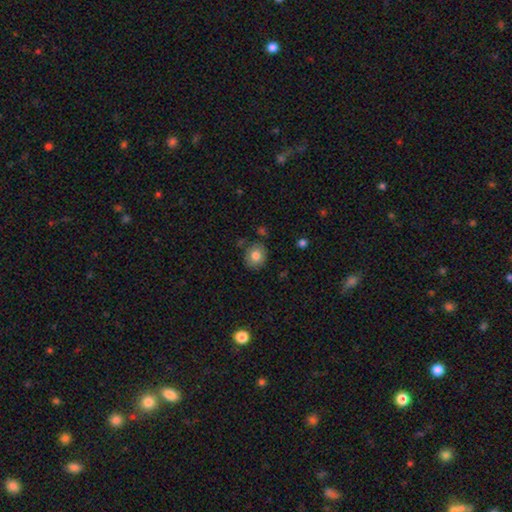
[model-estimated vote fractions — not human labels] smooth-or-featured: smooth: 79% | featured or disk: 12% | star or artifact: 9%
  how-rounded: round: 71% | in between: 28% | cigar-shaped: 1%
  merging: none: 79% | minor disturbance: 14% | merger: 3% | major disturbance: 3%